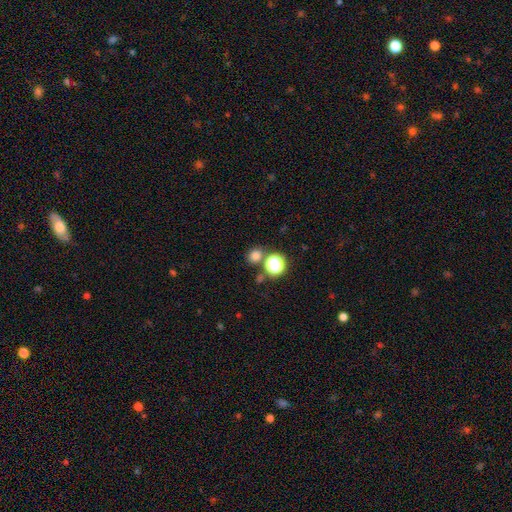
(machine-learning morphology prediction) This appears to be a smooth galaxy with no disk features (75%) that is round (80%). Merging: none (74%).